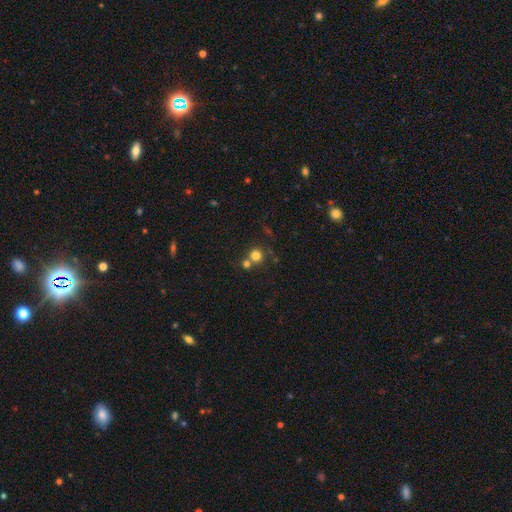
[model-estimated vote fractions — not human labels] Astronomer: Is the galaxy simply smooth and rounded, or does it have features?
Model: smooth — 77%.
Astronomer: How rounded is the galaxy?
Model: round — 91%.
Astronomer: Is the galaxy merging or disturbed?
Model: none — 56% (runner-up: merger, 34%).